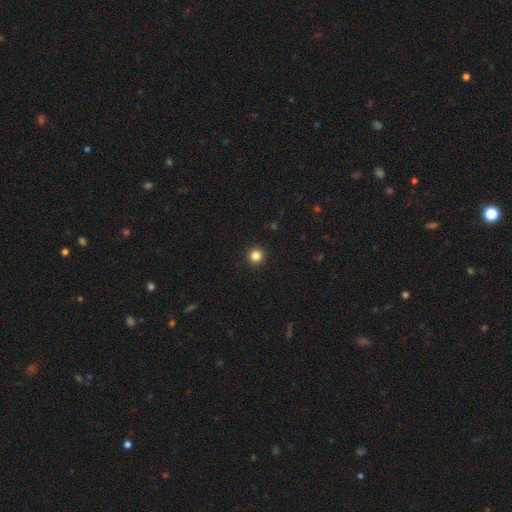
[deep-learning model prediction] A smooth galaxy with no disk features (84%) that is round (95%). Merging: none (94%).